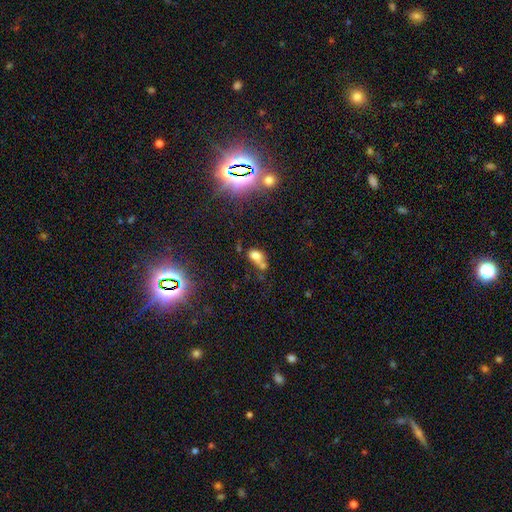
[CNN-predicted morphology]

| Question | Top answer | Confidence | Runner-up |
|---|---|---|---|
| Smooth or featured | smooth | 69% | star or artifact (16%) |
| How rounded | in between | 70% | round (27%) |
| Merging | merger | 45% | none (30%) |